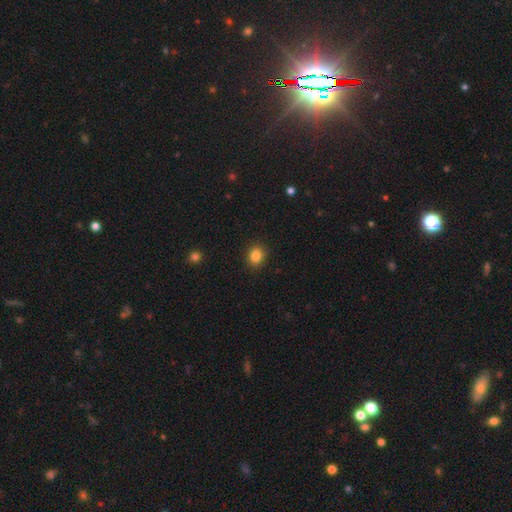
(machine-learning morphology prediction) smooth_or_featured: smooth (p=0.85) [alt: star or artifact p=0.10]
how_rounded: round (p=0.63) [alt: in between p=0.36]
merging: none (p=0.89) [alt: minor disturbance p=0.08]